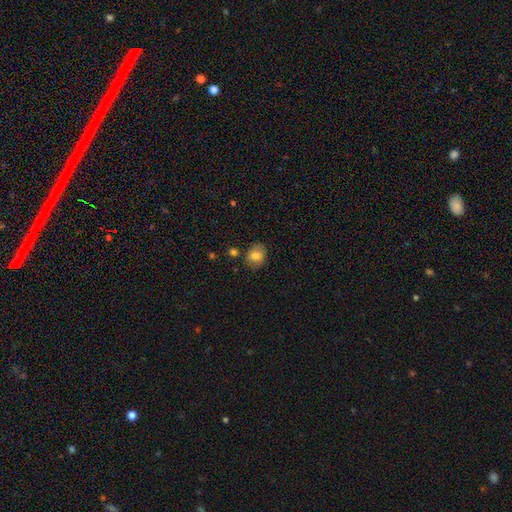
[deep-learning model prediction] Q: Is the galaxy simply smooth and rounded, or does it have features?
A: smooth — 77%.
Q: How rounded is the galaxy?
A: in between — 55%.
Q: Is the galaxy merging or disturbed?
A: none — 74%.